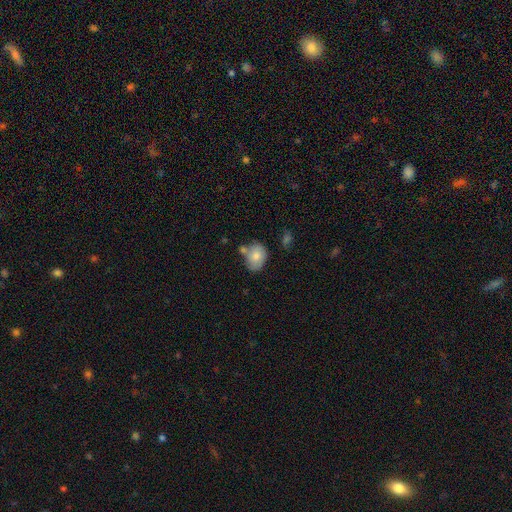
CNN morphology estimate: Smooth or featured? Predicted: smooth (p=0.77). How rounded? Predicted: in between (p=0.62). Merging? Predicted: none (p=0.49).